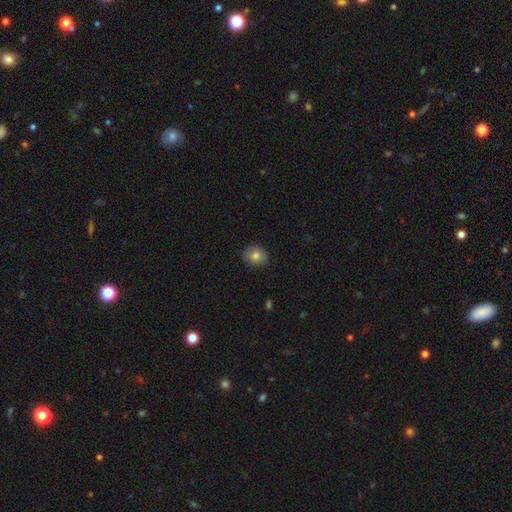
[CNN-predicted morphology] Smooth or featured? smooth (81%)
How rounded? round (57%)
Merging? none (86%)